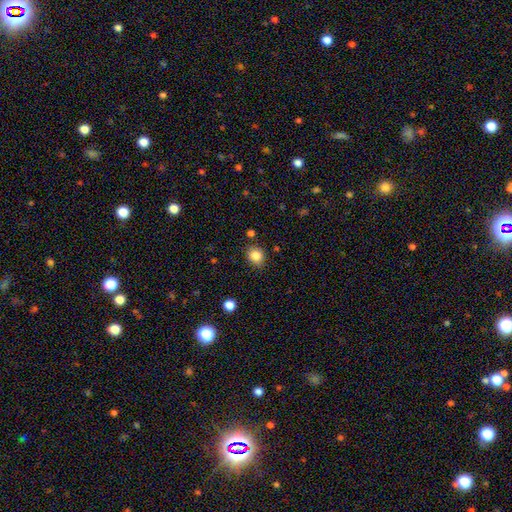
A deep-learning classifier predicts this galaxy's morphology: The model was most divided on "how rounded": round: 69%, in between: 31%, cigar-shaped: 1%. More confident: smooth or featured — smooth (84%); merging — none (84%).